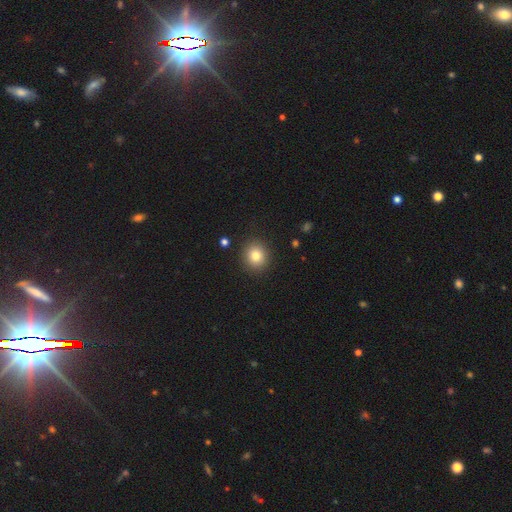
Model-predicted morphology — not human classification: Smooth or featured: smooth — 81% (star or artifact — 11%)
How rounded: round — 83% (in between — 16%)
Merging: none — 90% (minor disturbance — 7%)